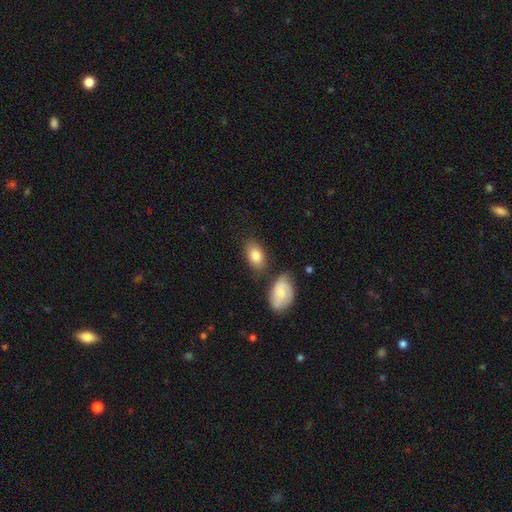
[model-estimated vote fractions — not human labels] This appears to be a smooth galaxy with no disk features (81%) that is in between round and cigar-shaped (90%). Merging: none (70%).